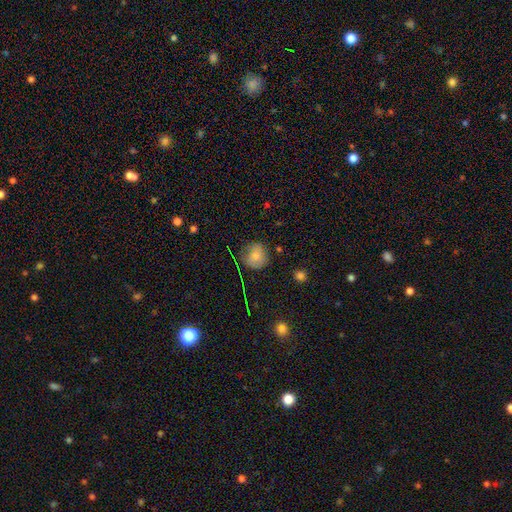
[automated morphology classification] smooth-or-featured: smooth: 74% | star or artifact: 14% | featured or disk: 12%
  how-rounded: round: 86% | in between: 13% | cigar-shaped: 1%
  merging: none: 71% | minor disturbance: 22% | major disturbance: 6% | merger: 2%